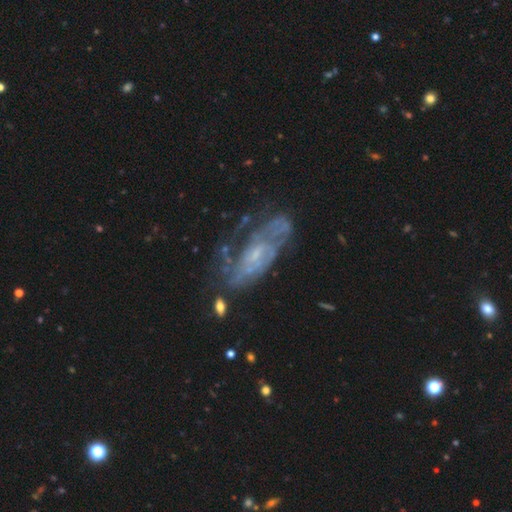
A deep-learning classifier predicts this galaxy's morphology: Smooth or featured? featured or disk (77%)
Edge-on disk? no (90%)
Bar? no (62%)
Spiral arms? yes (78%)
Spiral winding? tight (49%)
Spiral arm count? can't tell (49%)
Bulge size? small (61%)
Merging? none (55%)